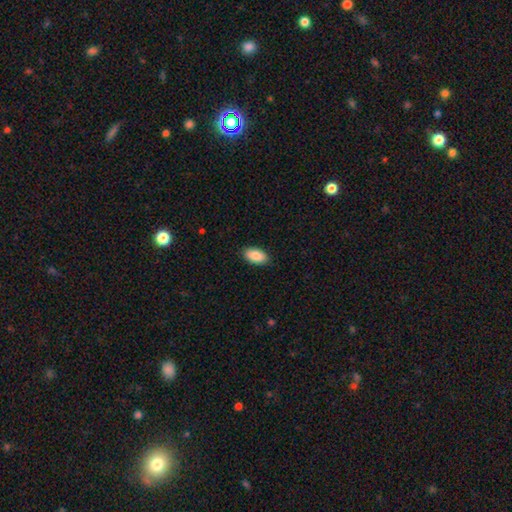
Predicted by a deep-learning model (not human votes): smooth-or-featured: smooth: 88% | star or artifact: 7% | featured or disk: 5%
  how-rounded: in between: 95% | round: 3% | cigar-shaped: 2%
  merging: none: 89% | minor disturbance: 8% | major disturbance: 2% | merger: 1%